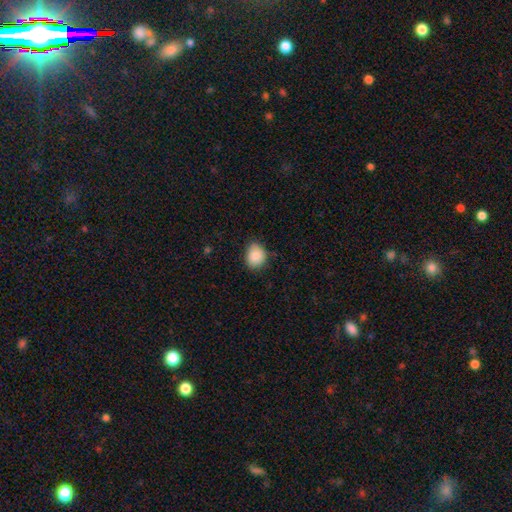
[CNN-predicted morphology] smooth-or-featured: smooth: 86% | star or artifact: 8% | featured or disk: 6%
  how-rounded: round: 54% | in between: 46% | cigar-shaped: 1%
  merging: none: 75% | minor disturbance: 21% | major disturbance: 3% | merger: 1%